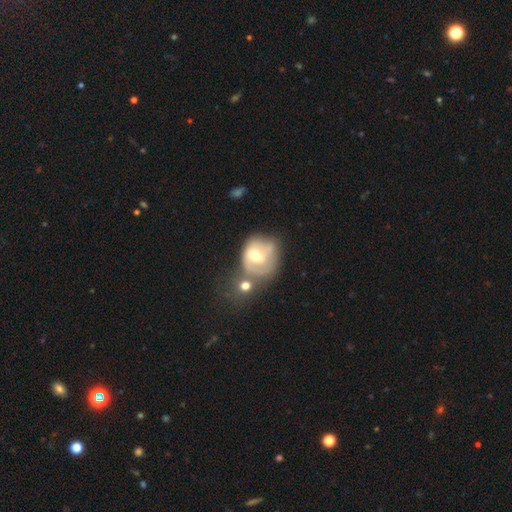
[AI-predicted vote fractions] Smooth or featured: featured or disk — 49% (smooth — 43%)
Merging: merger — 32% (none — 28%)